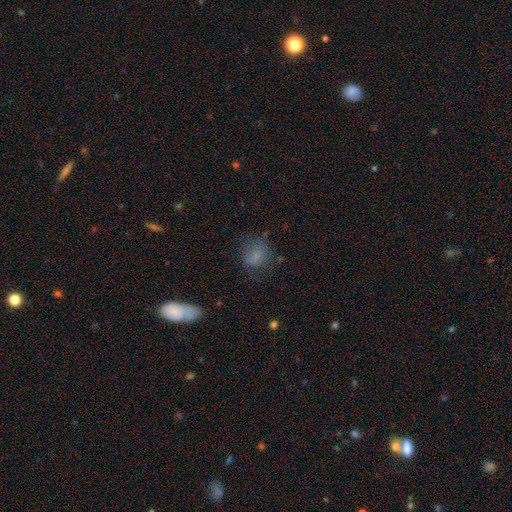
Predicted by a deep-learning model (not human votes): smooth_or_featured: smooth (p=0.66) [alt: featured or disk p=0.19]
how_rounded: round (p=0.55) [alt: in between p=0.44]
merging: none (p=0.54) [alt: minor disturbance p=0.23]